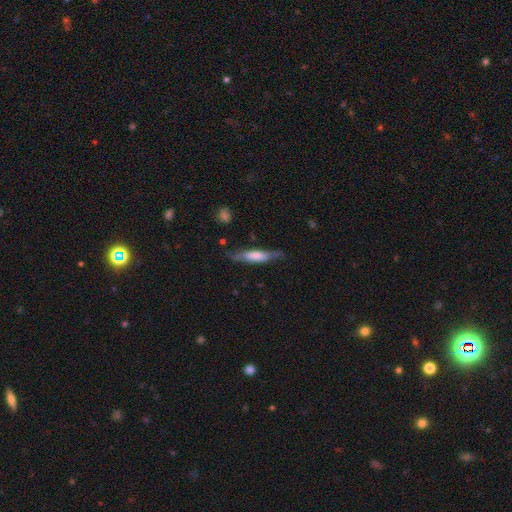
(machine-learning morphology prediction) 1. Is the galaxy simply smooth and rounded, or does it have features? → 49% smooth, 45% featured or disk, 6% star or artifact.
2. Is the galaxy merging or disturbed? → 69% none, 21% minor disturbance, 7% major disturbance, 2% merger.